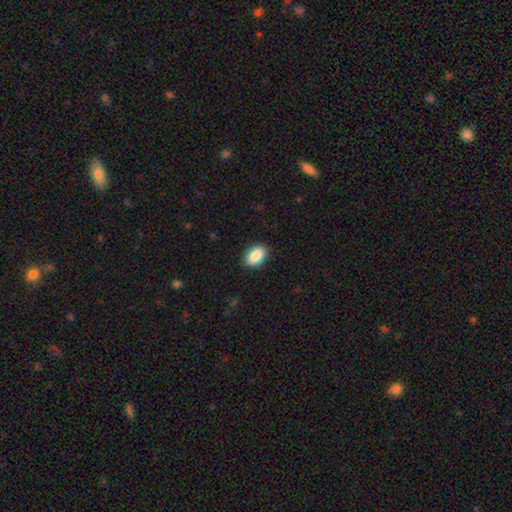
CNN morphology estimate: smooth 89%, star or artifact 7%, featured or disk 4%. Down the decision tree: how rounded — in between (91%); merging — none (89%).